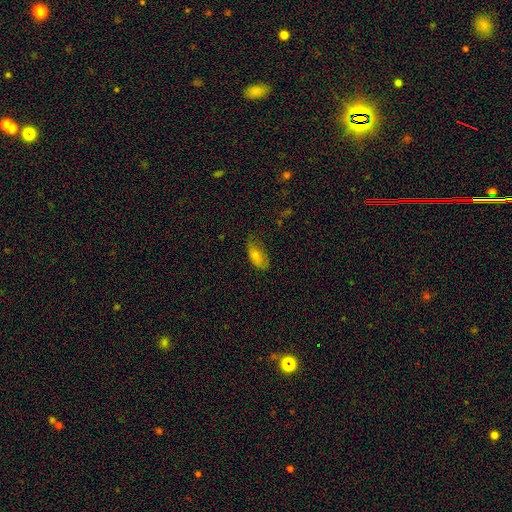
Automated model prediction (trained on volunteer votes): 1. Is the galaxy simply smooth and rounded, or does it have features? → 68% smooth, 22% featured or disk, 10% star or artifact.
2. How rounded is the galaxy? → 88% in between, 9% cigar-shaped, 4% round.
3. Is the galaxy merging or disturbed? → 56% none, 32% minor disturbance, 10% major disturbance, 2% merger.